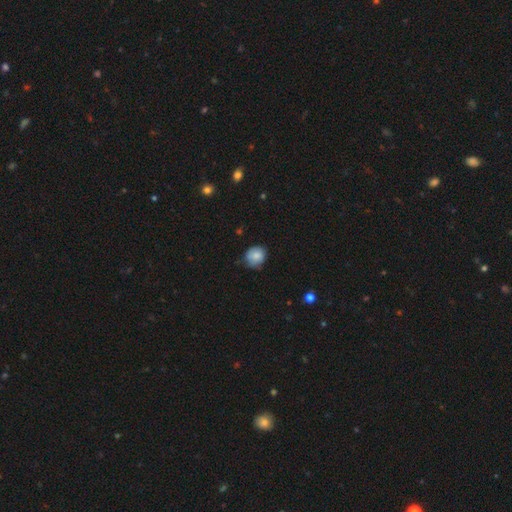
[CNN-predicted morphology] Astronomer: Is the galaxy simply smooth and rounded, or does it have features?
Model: smooth — 82%.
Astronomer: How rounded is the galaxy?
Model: round — 79%.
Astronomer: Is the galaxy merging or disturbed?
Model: none — 66%.